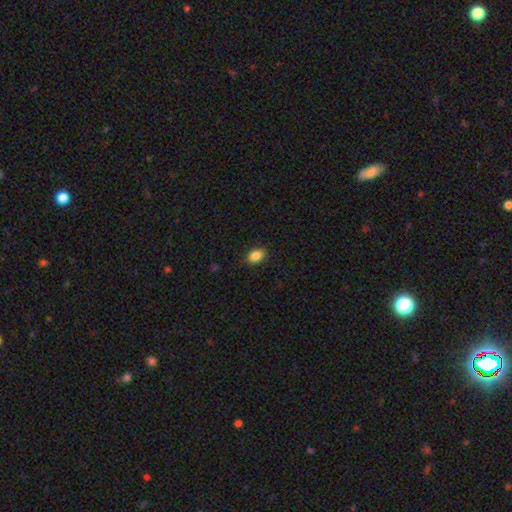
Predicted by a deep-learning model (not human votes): Q: Smooth or featured?
A: smooth (87%); runner-up: star or artifact (8%)
Q: How rounded?
A: in between (81%); runner-up: round (18%)
Q: Merging?
A: none (87%); runner-up: minor disturbance (9%)